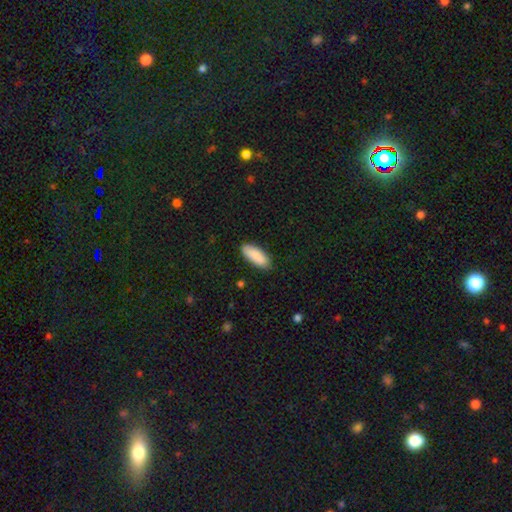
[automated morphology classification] smooth_or_featured: smooth (p=0.89) [alt: star or artifact p=0.06]
how_rounded: in between (p=0.76) [alt: cigar-shaped p=0.23]
merging: none (p=0.86) [alt: minor disturbance p=0.11]